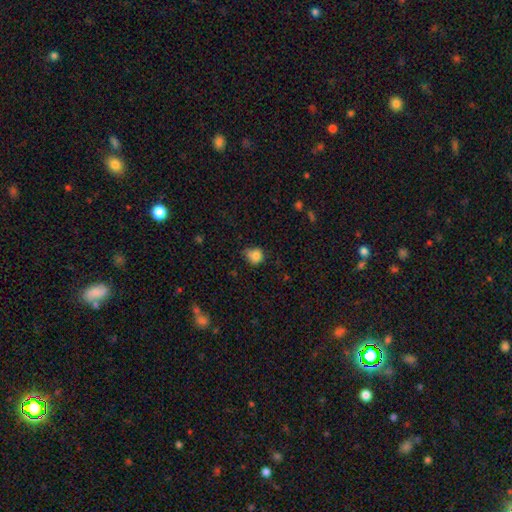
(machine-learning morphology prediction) smooth_or_featured: smooth (p=0.82) [alt: star or artifact p=0.11]
how_rounded: round (p=0.72) [alt: in between p=0.27]
merging: none (p=0.50) [alt: minor disturbance p=0.37]